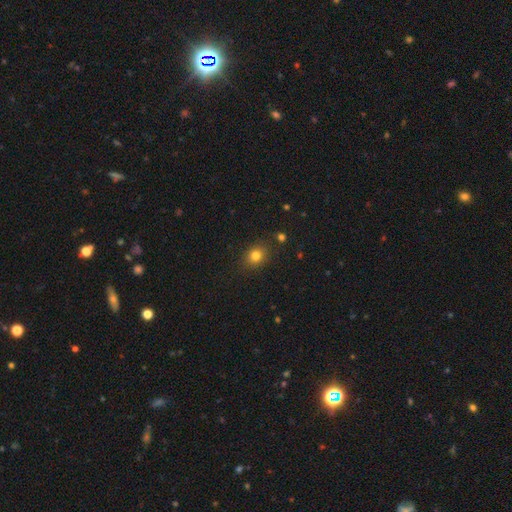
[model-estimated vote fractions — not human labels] A smooth galaxy with no disk features (80%) that is round (60%).

Vote fractions:
- Smooth or featured? smooth: 80% / star or artifact: 13% / featured or disk: 7%
- How rounded? round: 60% / in between: 39% / cigar-shaped: 1%
- Merging? none: 84% / minor disturbance: 11% / major disturbance: 3% / merger: 2%